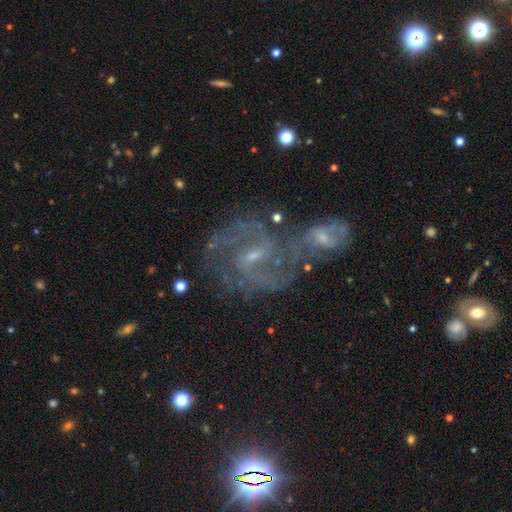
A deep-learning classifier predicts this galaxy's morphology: Smooth or featured: featured or disk — 85% (star or artifact — 9%)
Edge-on disk: no — 97% (yes — 3%)
Bar: weak — 54% (strong — 29%)
Spiral arms: yes — 96% (no — 4%)
Spiral winding: medium — 53% (tight — 33%)
Spiral arm count: 2 — 71% (can't tell — 11%)
Bulge size: small — 72% (moderate — 20%)
Merging: none — 45% (merger — 35%)